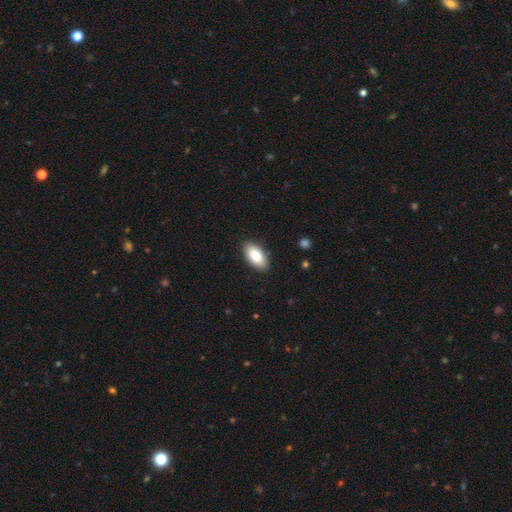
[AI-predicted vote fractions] Q: Smooth or featured?
A: smooth (84%); runner-up: featured or disk (10%)
Q: How rounded?
A: in between (93%); runner-up: cigar-shaped (4%)
Q: Merging?
A: none (88%); runner-up: minor disturbance (9%)